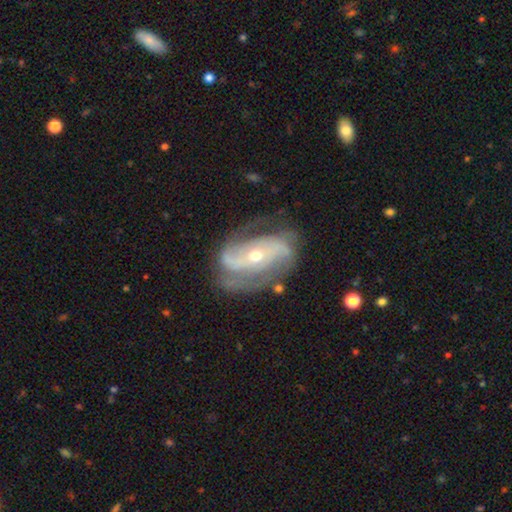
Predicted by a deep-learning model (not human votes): Q: Smooth or featured?
A: featured or disk (87%); runner-up: smooth (8%)
Q: Edge-on disk?
A: no (96%); runner-up: yes (4%)
Q: Bar?
A: no (50%); runner-up: weak (30%)
Q: Spiral arms?
A: yes (95%); runner-up: no (5%)
Q: Spiral winding?
A: medium (46%); runner-up: tight (29%)
Q: Spiral arm count?
A: 2 (69%); runner-up: 3 (12%)
Q: Bulge size?
A: moderate (50%); runner-up: small (46%)
Q: Merging?
A: none (62%); runner-up: minor disturbance (22%)